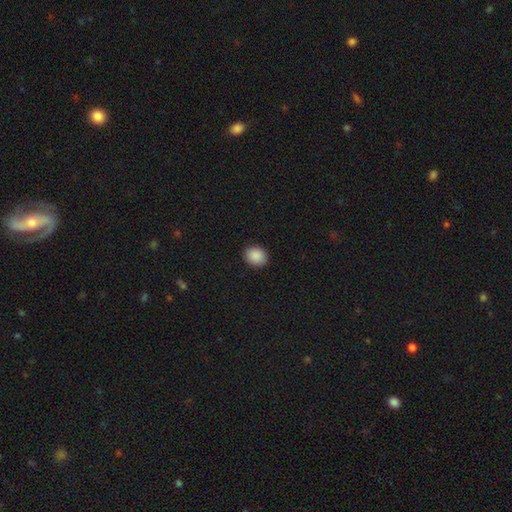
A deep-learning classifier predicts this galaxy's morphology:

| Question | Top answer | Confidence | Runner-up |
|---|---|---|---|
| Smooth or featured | smooth | 89% | star or artifact (8%) |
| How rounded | round | 65% | in between (34%) |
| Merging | none | 91% | minor disturbance (7%) |